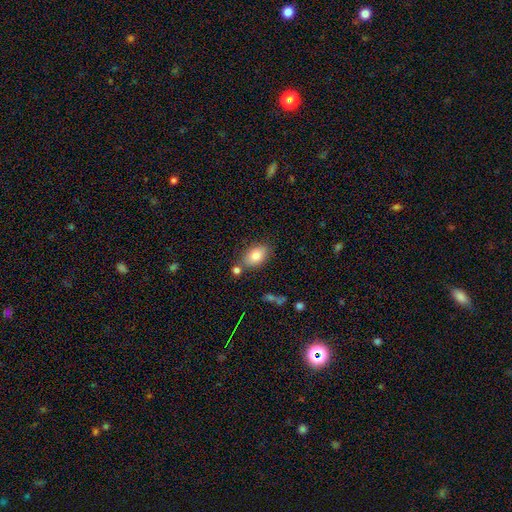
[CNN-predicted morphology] Smooth or featured?
  - smooth: 82% *
  - featured or disk: 11%
  - star or artifact: 8%
How rounded?
  - in between: 88% *
  - round: 10%
  - cigar-shaped: 2%
Merging?
  - none: 72% *
  - minor disturbance: 14%
  - merger: 10%
  - major disturbance: 4%